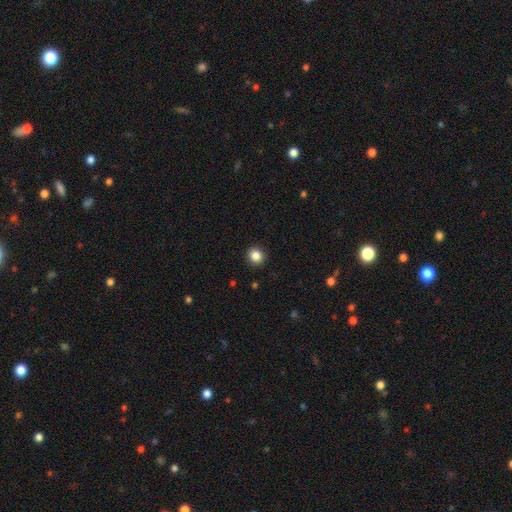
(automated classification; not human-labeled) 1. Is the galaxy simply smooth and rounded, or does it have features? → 85% smooth, 10% star or artifact, 5% featured or disk.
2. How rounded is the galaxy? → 92% round, 7% in between, 1% cigar-shaped.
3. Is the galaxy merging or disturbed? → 92% none, 5% minor disturbance, 2% major disturbance, 1% merger.